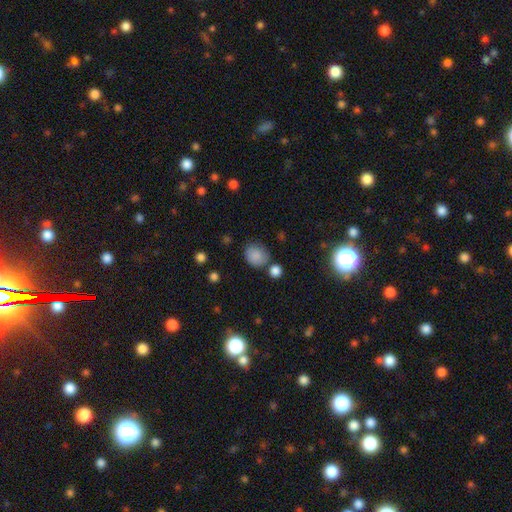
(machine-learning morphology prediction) The model was most divided on "how rounded": round: 66%, in between: 33%, cigar-shaped: 1%. More confident: smooth or featured — smooth (85%); merging — none (66%).